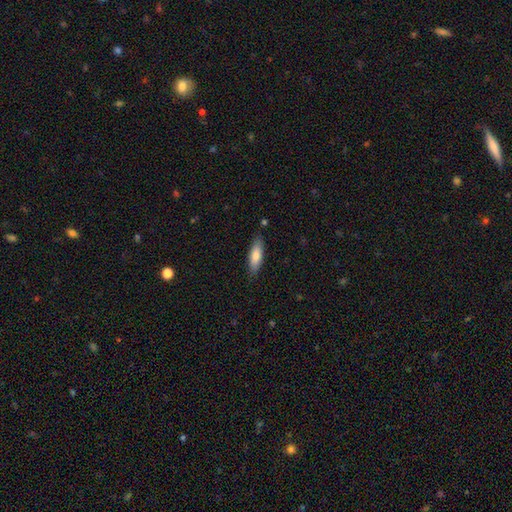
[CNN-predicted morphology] This is likely a smooth galaxy (79%). How rounded: possibly in between (52%). Merging: clearly none (84%).